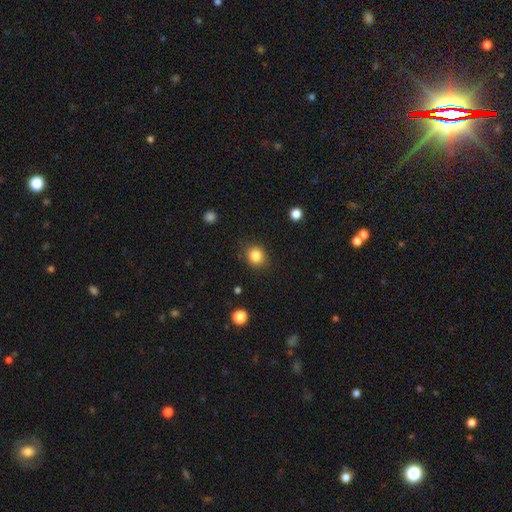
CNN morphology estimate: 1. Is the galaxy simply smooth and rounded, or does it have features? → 84% smooth, 11% star or artifact, 5% featured or disk.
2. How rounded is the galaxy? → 76% round, 23% in between, 1% cigar-shaped.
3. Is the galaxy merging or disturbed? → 85% none, 11% minor disturbance, 3% major disturbance, 1% merger.